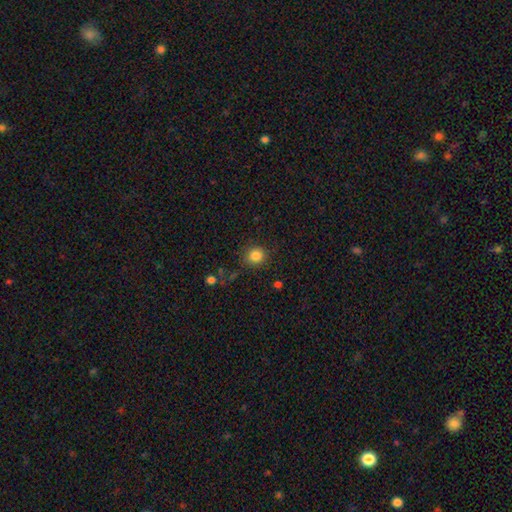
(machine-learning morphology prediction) smooth_or_featured: smooth (p=0.84) [alt: star or artifact p=0.11]
how_rounded: round (p=0.85) [alt: in between p=0.14]
merging: none (p=0.84) [alt: minor disturbance p=0.10]